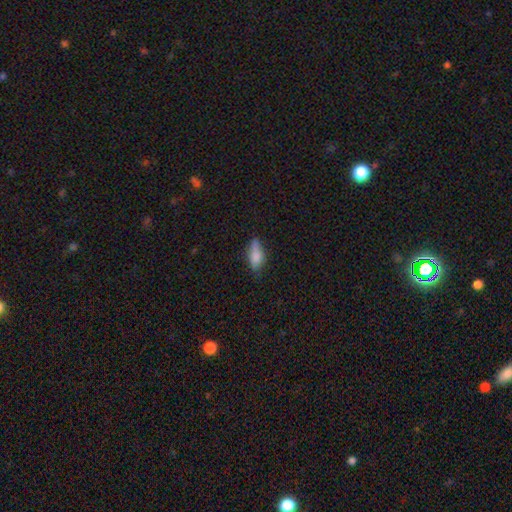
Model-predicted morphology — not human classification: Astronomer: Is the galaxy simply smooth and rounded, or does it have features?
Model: smooth — 73%.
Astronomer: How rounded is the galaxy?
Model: in between — 75%.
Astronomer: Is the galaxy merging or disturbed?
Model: none — 58%.